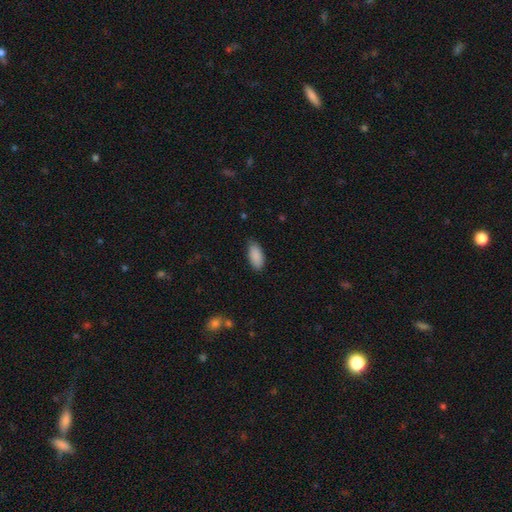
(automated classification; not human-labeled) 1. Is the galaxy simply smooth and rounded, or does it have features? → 90% smooth, 6% star or artifact, 4% featured or disk.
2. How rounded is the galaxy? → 90% in between, 8% cigar-shaped, 2% round.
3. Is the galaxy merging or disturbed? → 83% none, 13% minor disturbance, 2% major disturbance, 1% merger.